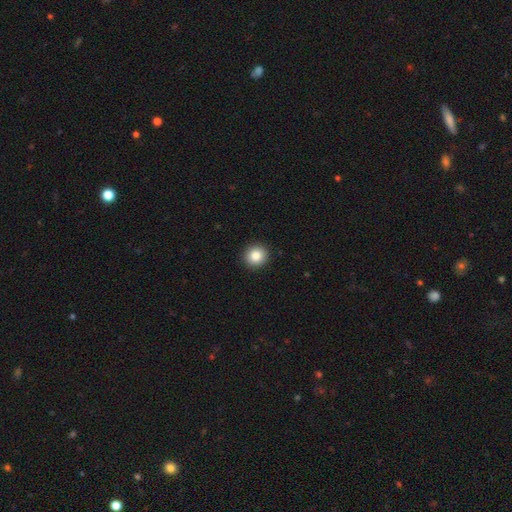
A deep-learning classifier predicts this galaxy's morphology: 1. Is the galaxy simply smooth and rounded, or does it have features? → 85% smooth, 10% star or artifact, 6% featured or disk.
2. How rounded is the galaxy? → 92% round, 7% in between, 1% cigar-shaped.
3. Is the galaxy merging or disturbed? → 93% none, 4% minor disturbance, 1% major disturbance, 1% merger.